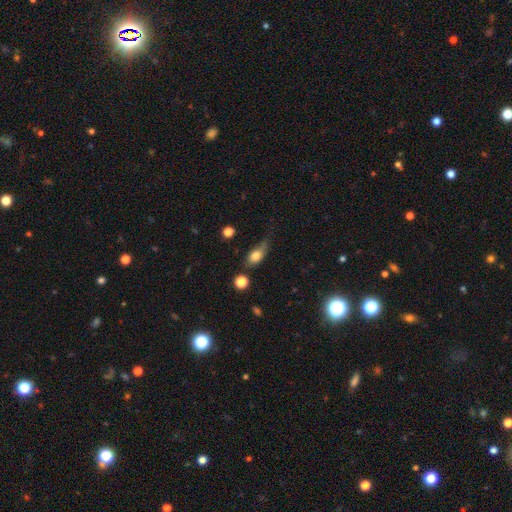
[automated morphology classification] Smooth or featured? smooth (77%)
How rounded? in between (76%)
Merging? none (38%)